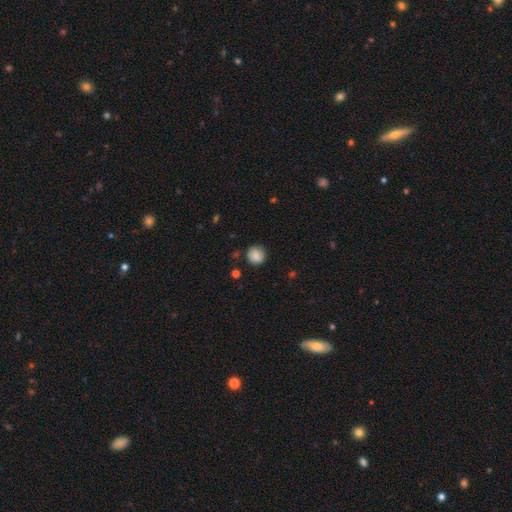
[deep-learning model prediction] Q: Smooth or featured?
A: smooth (85%); runner-up: star or artifact (8%)
Q: How rounded?
A: round (91%); runner-up: in between (8%)
Q: Merging?
A: none (83%); runner-up: minor disturbance (12%)